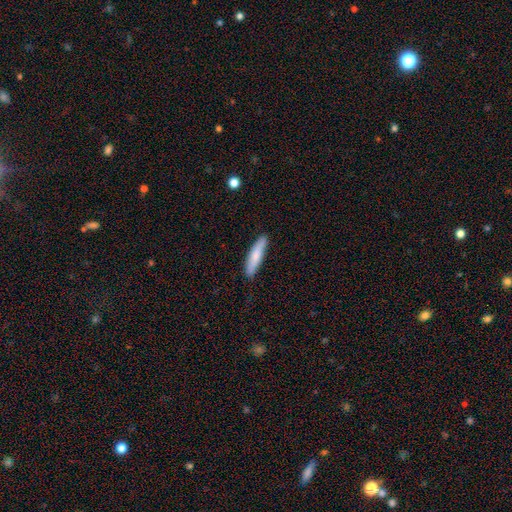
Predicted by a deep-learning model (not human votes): Smooth or featured? Predicted: smooth (p=0.78). How rounded? Predicted: cigar-shaped (p=0.82). Merging? Predicted: none (p=0.86).